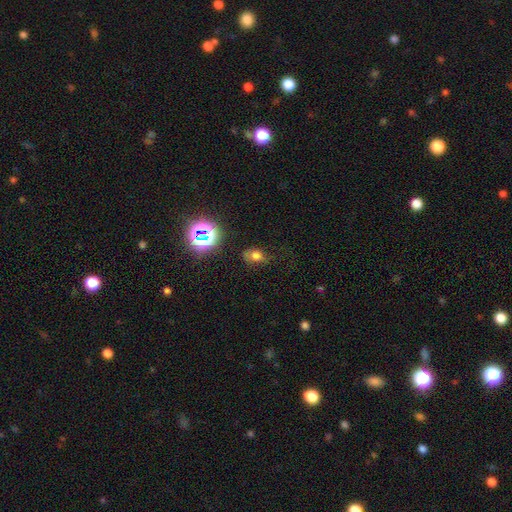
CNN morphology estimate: Overall: smooth (62%; star or artifact 24%). How rounded: in between (61%; round 38%). Merging: none (53%; minor disturbance 28%).